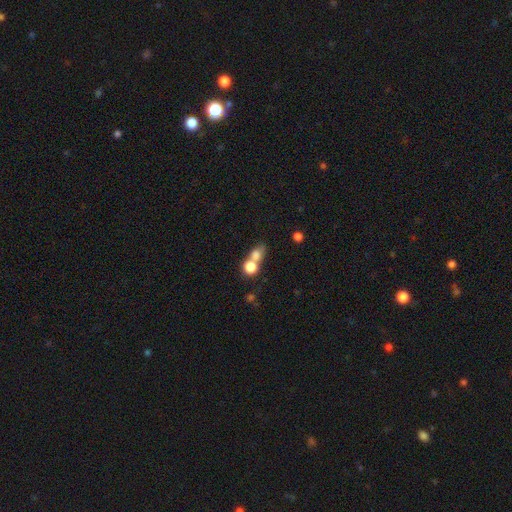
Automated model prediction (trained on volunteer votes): Overall: smooth (73%). How rounded: round (64%; in between 32%). Merging: merger (59%; none 28%).